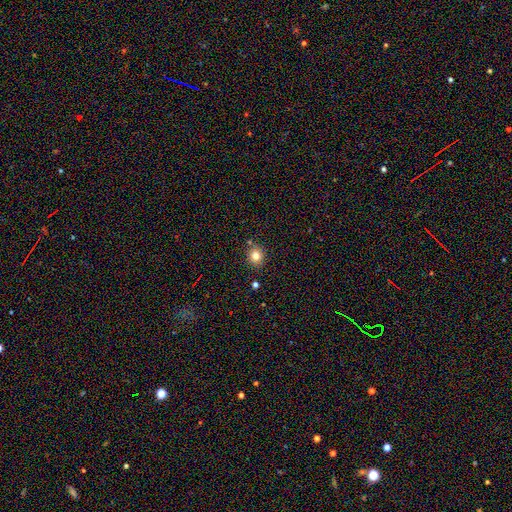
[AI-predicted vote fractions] Smooth or featured? smooth (79%)
How rounded? round (79%)
Merging? none (85%)